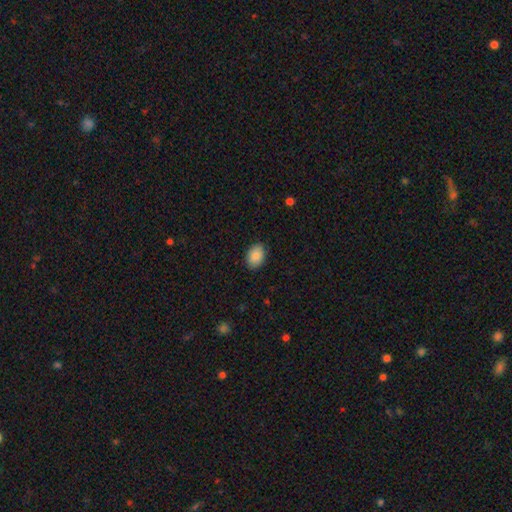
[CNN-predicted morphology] smooth_or_featured: smooth (p=0.88) [alt: star or artifact p=0.07]
how_rounded: in between (p=0.80) [alt: round p=0.19]
merging: none (p=0.87) [alt: minor disturbance p=0.10]